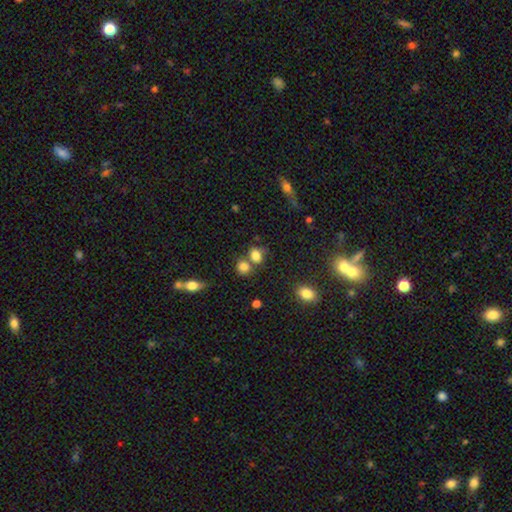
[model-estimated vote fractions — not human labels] Smooth or featured? Predicted: smooth (p=0.79). How rounded? Predicted: round (p=0.53). Merging? Predicted: none (p=0.49).